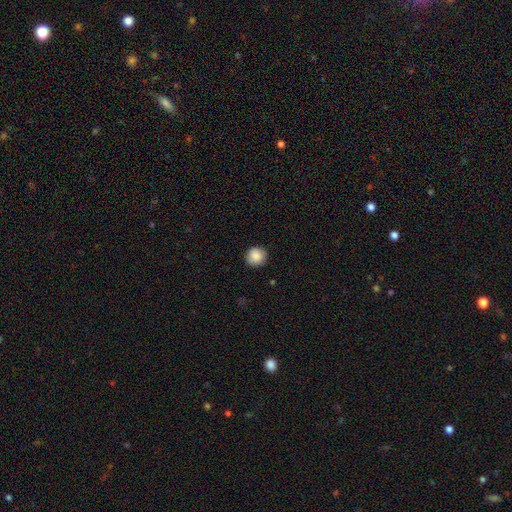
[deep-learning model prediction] A smooth galaxy with no disk features (88%) that is round (91%).

Vote fractions:
- Smooth or featured? smooth: 88% / star or artifact: 8% / featured or disk: 4%
- How rounded? round: 91% / in between: 8% / cigar-shaped: 1%
- Merging? none: 88% / minor disturbance: 9% / major disturbance: 2% / merger: 1%